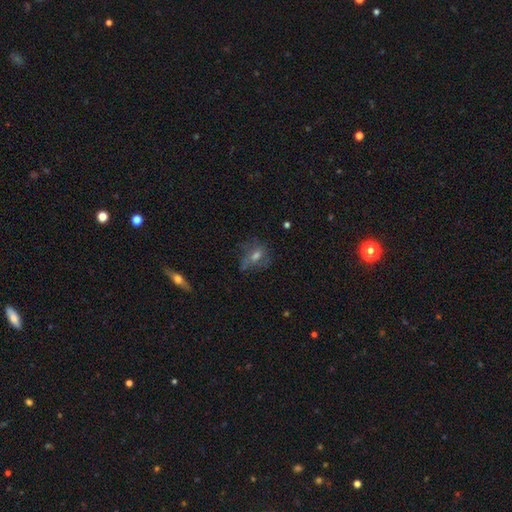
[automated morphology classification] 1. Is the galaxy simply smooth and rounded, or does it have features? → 47% smooth, 37% featured or disk, 16% star or artifact.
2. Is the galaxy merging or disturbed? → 49% none, 24% minor disturbance, 24% major disturbance, 3% merger.